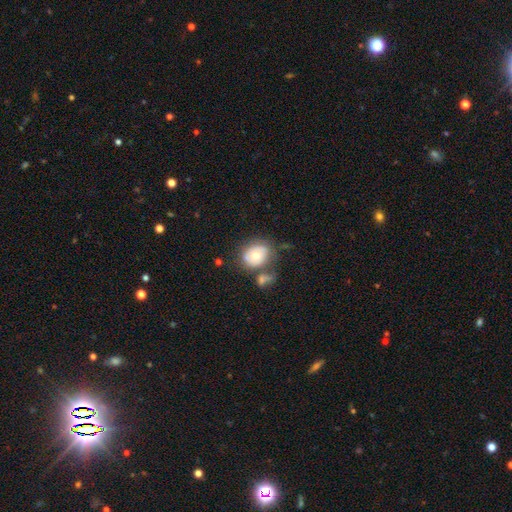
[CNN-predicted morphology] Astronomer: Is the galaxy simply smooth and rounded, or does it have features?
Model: smooth — 56% (runner-up: featured or disk, 36%).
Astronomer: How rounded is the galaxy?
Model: round — 57% (runner-up: in between, 42%).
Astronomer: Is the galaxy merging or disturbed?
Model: none — 44% (runner-up: merger, 24%).